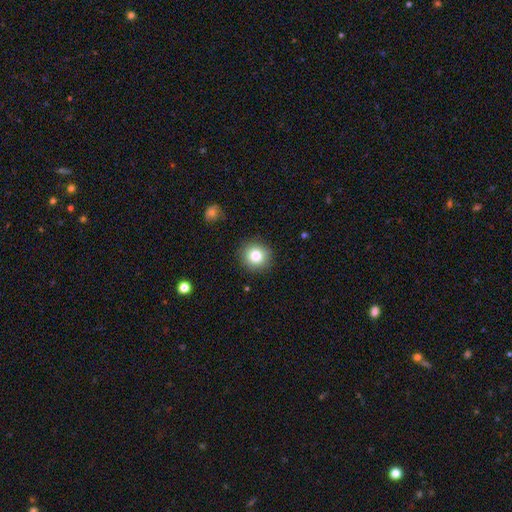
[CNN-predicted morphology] This appears to be a smooth galaxy with no disk features (82%) that is round (93%). Merging: none (90%).